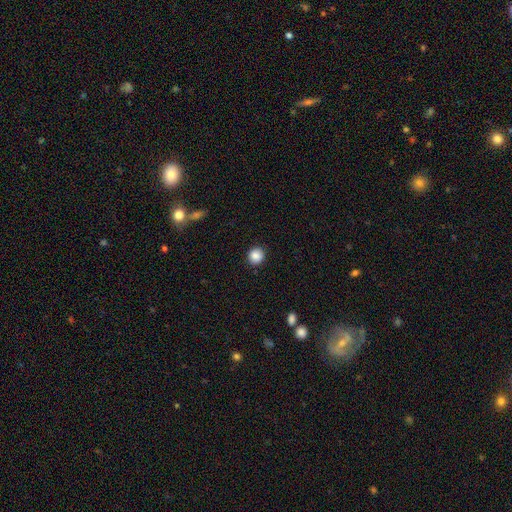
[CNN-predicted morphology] Overall: smooth (87%). How rounded: round (89%). Merging: none (90%).